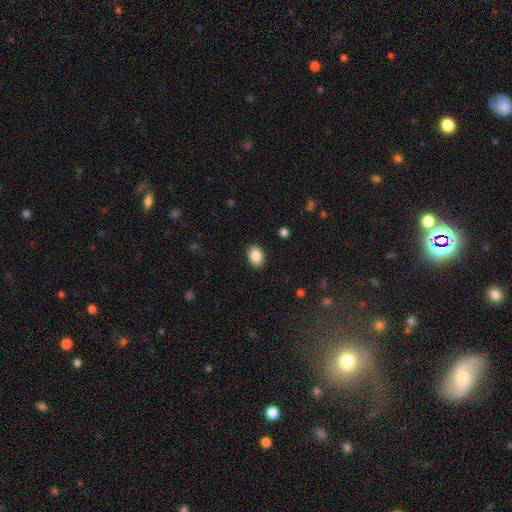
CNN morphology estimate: A smooth galaxy with no disk features (89%) that is in between round and cigar-shaped (74%).

Vote fractions:
- Smooth or featured? smooth: 89% / star or artifact: 8% / featured or disk: 4%
- How rounded? in between: 74% / round: 25% / cigar-shaped: 1%
- Merging? none: 90% / minor disturbance: 7% / major disturbance: 2% / merger: 1%